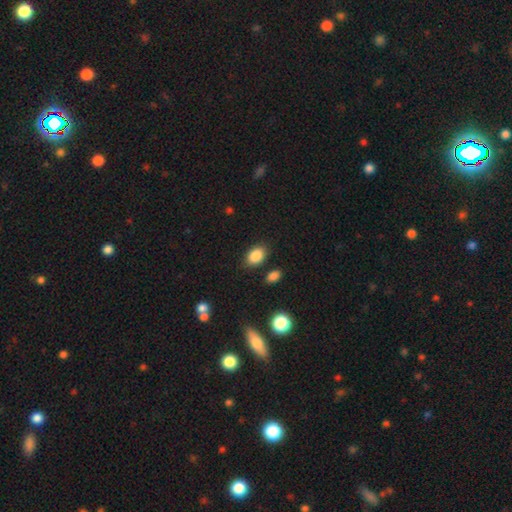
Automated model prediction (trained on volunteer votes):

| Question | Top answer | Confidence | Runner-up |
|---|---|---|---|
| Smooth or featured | smooth | 87% | star or artifact (9%) |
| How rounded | in between | 81% | round (17%) |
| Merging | none | 82% | minor disturbance (11%) |